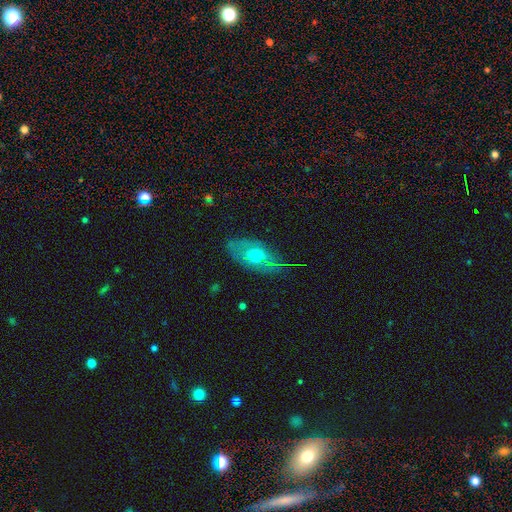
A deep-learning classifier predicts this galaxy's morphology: Smooth or featured: smooth — 51% (featured or disk — 36%)
How rounded: in between — 86% (round — 8%)
Merging: none — 64% (minor disturbance — 22%)